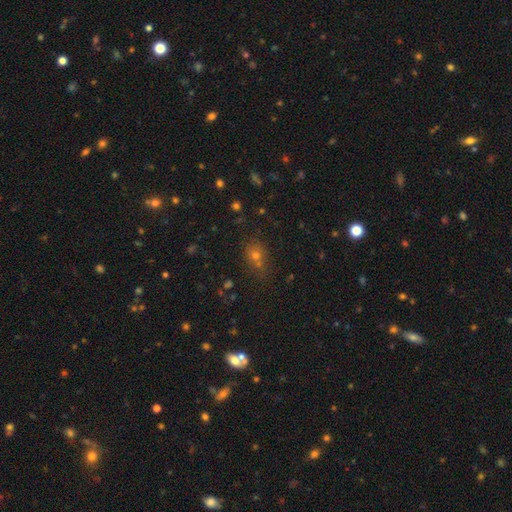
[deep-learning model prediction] A smooth galaxy with no disk features (59%) that is round (66%). Merging: none (64%).